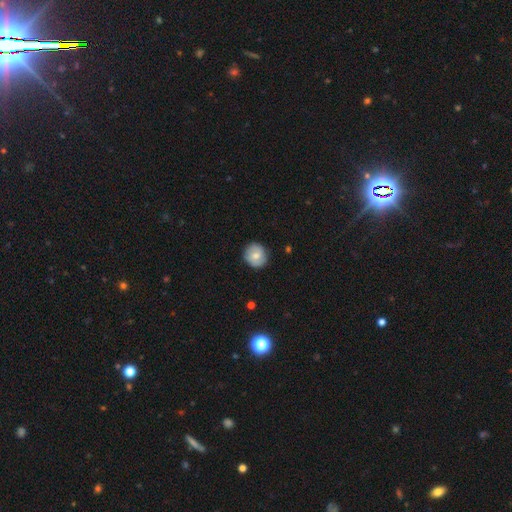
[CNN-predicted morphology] This appears to be a smooth galaxy with no disk features (63%) that is round (89%). Merging: none (85%).